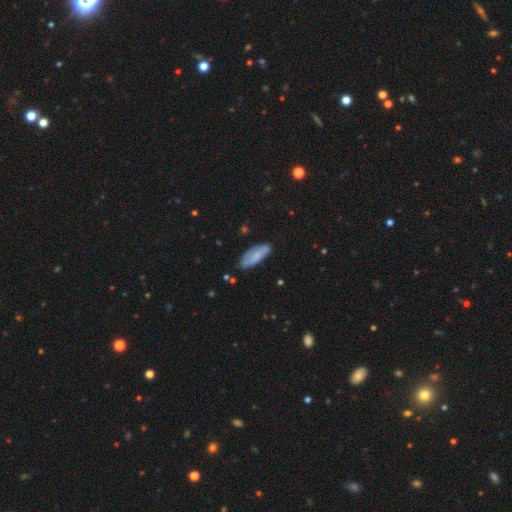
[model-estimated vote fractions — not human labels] smooth_or_featured: smooth (p=0.67) [alt: featured or disk p=0.26]
how_rounded: in between (p=0.66) [alt: cigar-shaped p=0.32]
merging: none (p=0.74) [alt: minor disturbance p=0.19]